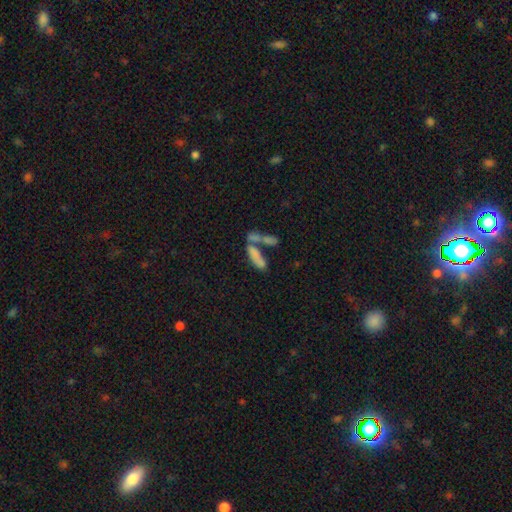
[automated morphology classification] Smooth or featured?
  - smooth: 71% *
  - featured or disk: 18%
  - star or artifact: 11%
How rounded?
  - cigar-shaped: 52% *
  - in between: 45%
  - round: 3%
Merging?
  - merger: 51% *
  - none: 31%
  - minor disturbance: 10%
  - major disturbance: 7%